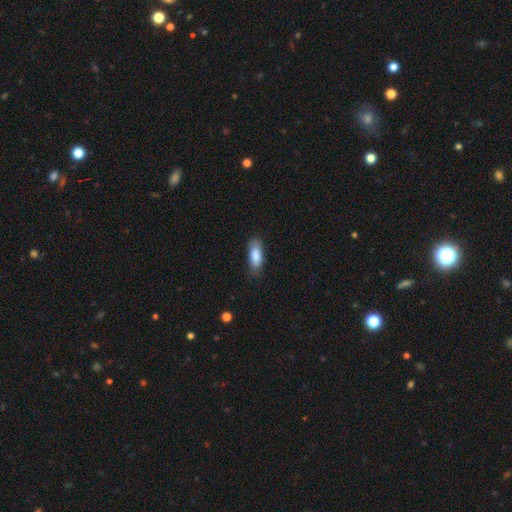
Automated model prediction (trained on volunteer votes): Smooth or featured?
  - smooth: 85% *
  - featured or disk: 9%
  - star or artifact: 6%
How rounded?
  - in between: 74% *
  - cigar-shaped: 24%
  - round: 2%
Merging?
  - none: 79% *
  - minor disturbance: 16%
  - major disturbance: 3%
  - merger: 1%